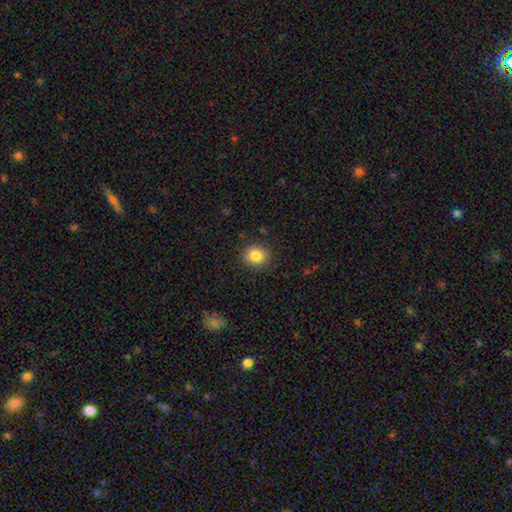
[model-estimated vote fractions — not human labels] Smooth or featured? smooth (85%)
How rounded? round (79%)
Merging? none (88%)